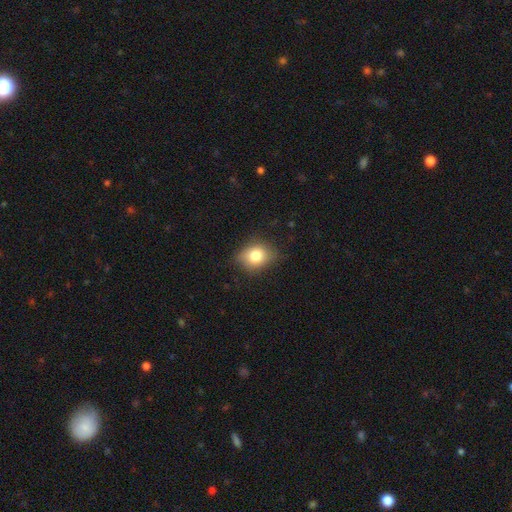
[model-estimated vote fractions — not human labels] smooth 79%, featured or disk 11%, star or artifact 10%. Down the decision tree: how rounded — in between (51%); merging — none (75%).